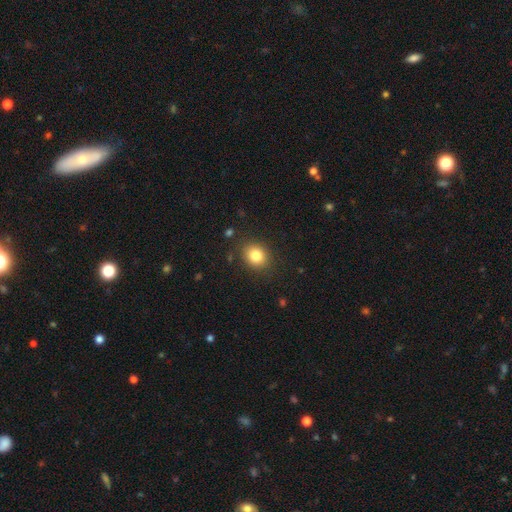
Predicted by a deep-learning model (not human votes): This appears to be a smooth galaxy with no disk features (82%) that is round (67%). Merging: none (87%).